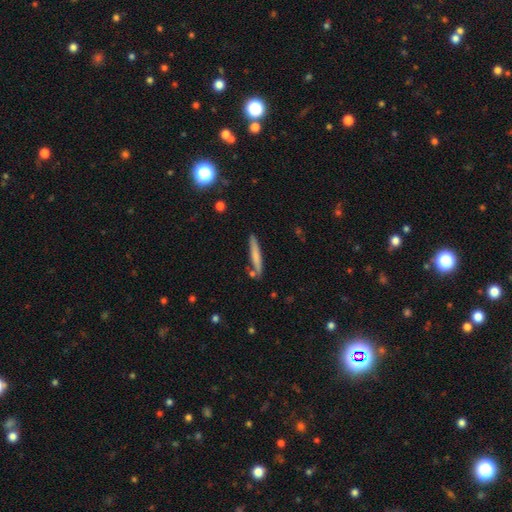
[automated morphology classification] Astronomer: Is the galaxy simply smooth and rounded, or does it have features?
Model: smooth — 66%.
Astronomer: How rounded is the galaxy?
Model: cigar-shaped — 95%.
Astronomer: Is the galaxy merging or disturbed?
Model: none — 82%.